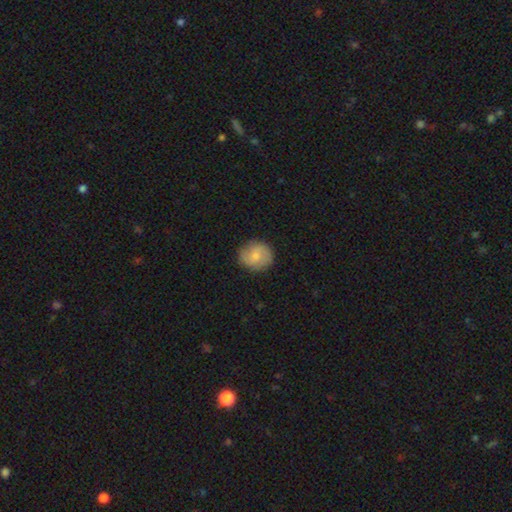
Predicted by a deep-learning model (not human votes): smooth-or-featured: smooth: 66% | featured or disk: 27% | star or artifact: 7%
  how-rounded: round: 85% | in between: 14% | cigar-shaped: 1%
  merging: none: 85% | minor disturbance: 11% | major disturbance: 3% | merger: 1%